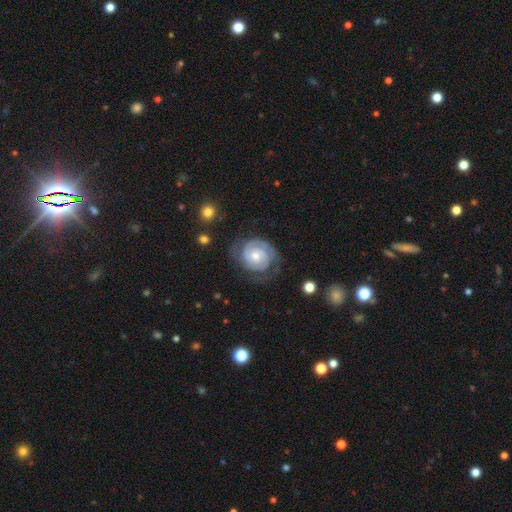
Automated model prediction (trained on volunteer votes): This is clearly a featured or disk galaxy (85%). It is clearly not viewed edge-on (98%). Bar: likely no (69%). Spiral arm pattern: clearly yes (96%). Spiral arm count: likely 2 (60%). Spiral winding: likely tight (72%). Central bulge: possibly moderate (50%). Merging: likely none (65%).